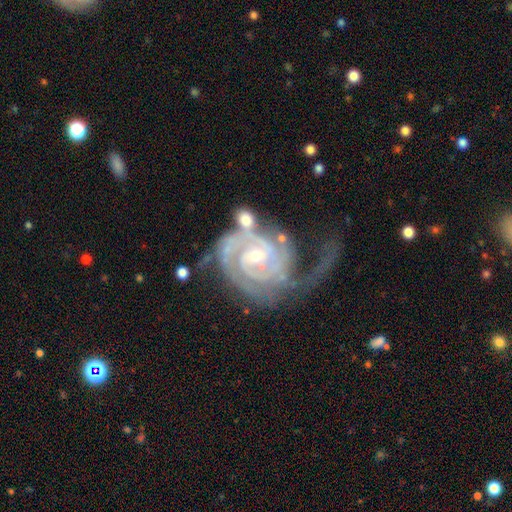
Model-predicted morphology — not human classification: Smooth or featured: featured or disk — 92% (star or artifact — 5%)
Edge-on disk: no — 98% (yes — 2%)
Bar: no — 52% (weak — 34%)
Spiral arms: yes — 98% (no — 2%)
Spiral winding: tight — 73% (medium — 23%)
Spiral arm count: 2 — 41% (3 — 26%)
Bulge size: small — 67% (moderate — 30%)
Merging: none — 34% (major disturbance — 27%)